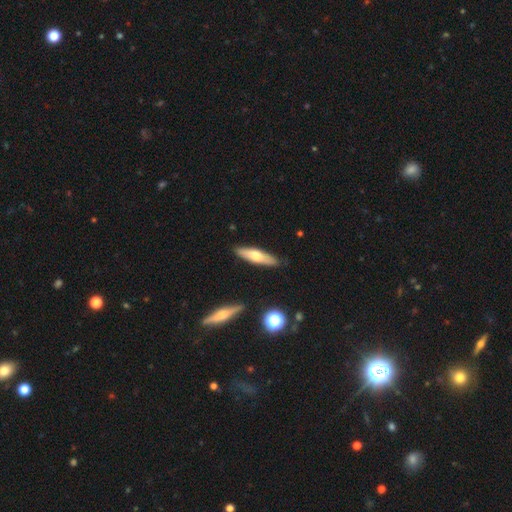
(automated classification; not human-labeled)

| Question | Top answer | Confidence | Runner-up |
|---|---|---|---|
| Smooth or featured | smooth | 57% | featured or disk (37%) |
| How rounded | cigar-shaped | 70% | in between (28%) |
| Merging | none | 87% | minor disturbance (9%) |